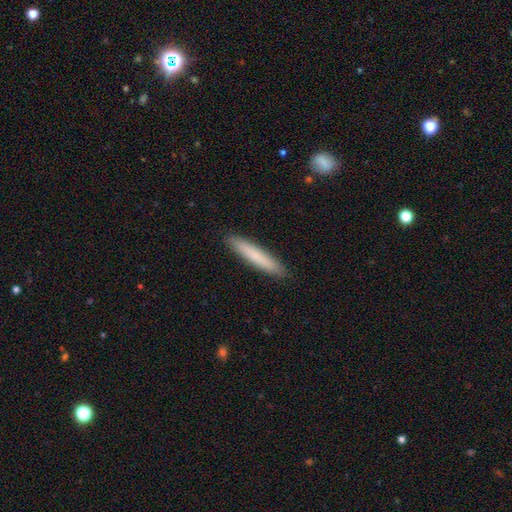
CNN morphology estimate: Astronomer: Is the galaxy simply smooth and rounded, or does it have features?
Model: smooth — 78%.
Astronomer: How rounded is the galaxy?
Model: cigar-shaped — 94%.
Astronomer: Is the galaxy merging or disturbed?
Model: none — 91%.